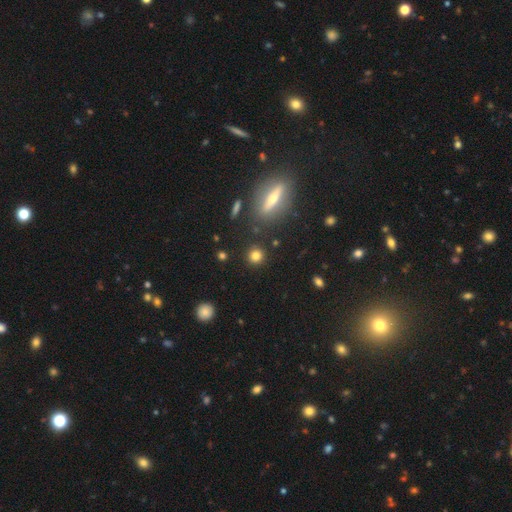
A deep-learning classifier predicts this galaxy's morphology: smooth_or_featured: smooth (p=0.77) [alt: star or artifact p=0.13]
how_rounded: round (p=0.89) [alt: in between p=0.09]
merging: none (p=0.88) [alt: minor disturbance p=0.07]